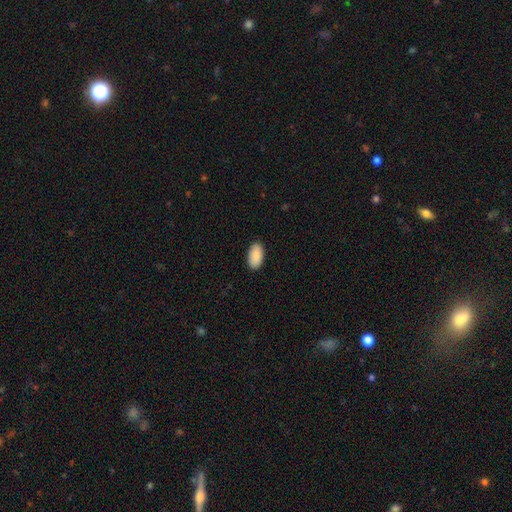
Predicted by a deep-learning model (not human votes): smooth-or-featured: smooth: 91% | star or artifact: 6% | featured or disk: 3%
  how-rounded: in between: 96% | round: 3% | cigar-shaped: 2%
  merging: none: 89% | minor disturbance: 8% | major disturbance: 2% | merger: 1%